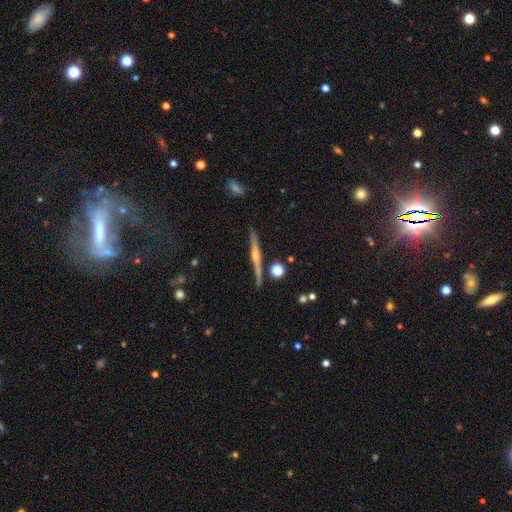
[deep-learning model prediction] This is likely a featured or disk galaxy (74%). It is clearly viewed edge-on (98%). Edge-on bulge: likely rounded (77%). Merging: clearly none (89%).